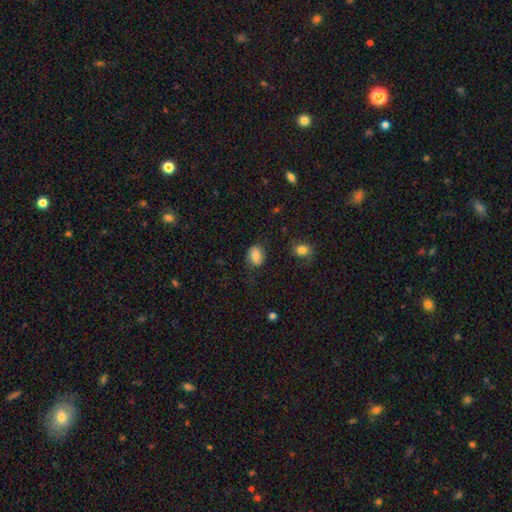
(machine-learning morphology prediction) This appears to be a smooth galaxy with no disk features (77%) that is in between round and cigar-shaped (69%). Merging: none (67%).